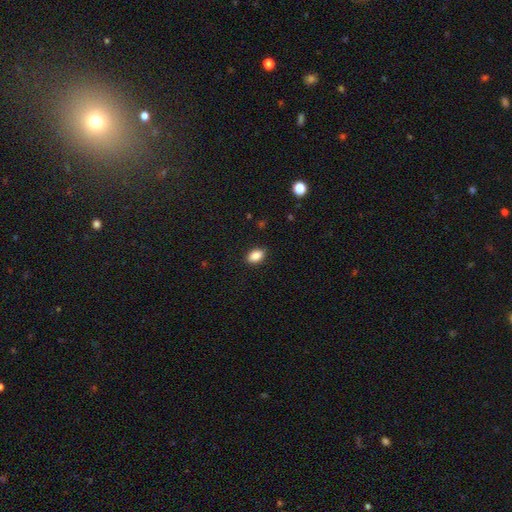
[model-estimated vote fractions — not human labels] Smooth or featured? smooth (88%)
How rounded? in between (87%)
Merging? none (88%)